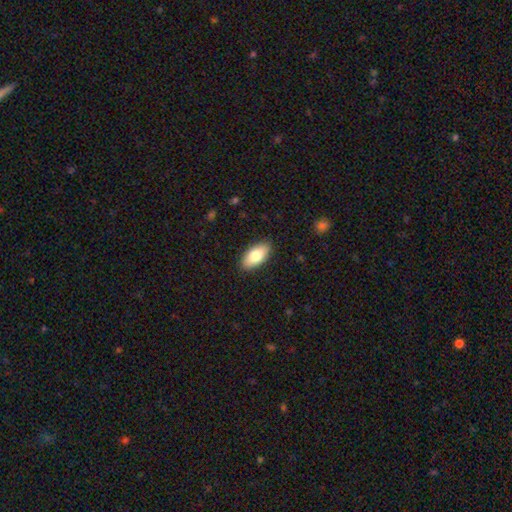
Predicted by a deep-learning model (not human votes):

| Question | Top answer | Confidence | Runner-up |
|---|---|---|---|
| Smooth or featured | smooth | 79% | featured or disk (15%) |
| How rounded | in between | 91% | cigar-shaped (6%) |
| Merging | none | 88% | minor disturbance (9%) |